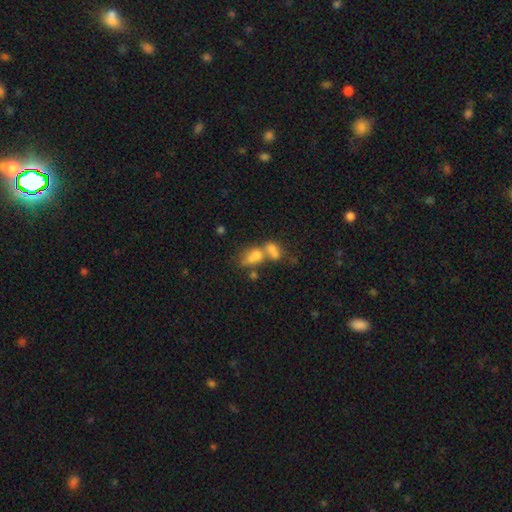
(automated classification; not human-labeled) smooth-or-featured: smooth: 66% | featured or disk: 22% | star or artifact: 12%
  how-rounded: in between: 76% | round: 20% | cigar-shaped: 4%
  merging: merger: 67% | none: 17% | major disturbance: 8% | minor disturbance: 8%